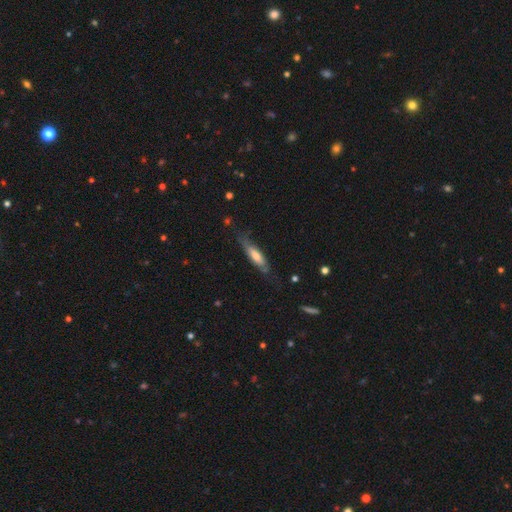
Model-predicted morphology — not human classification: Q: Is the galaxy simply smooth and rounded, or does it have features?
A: smooth — 52%.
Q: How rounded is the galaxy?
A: cigar-shaped — 66%.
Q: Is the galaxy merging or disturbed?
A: none — 61%.